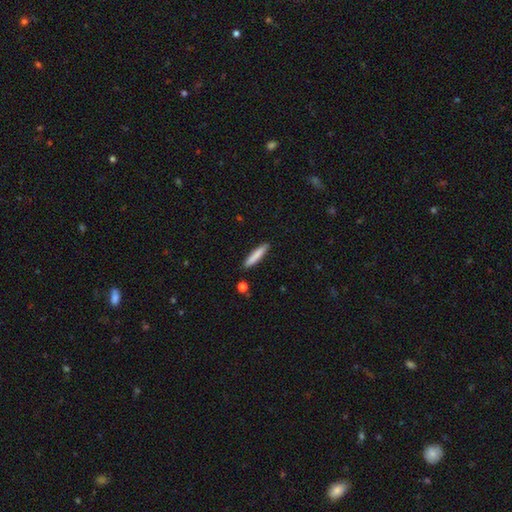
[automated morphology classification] smooth-or-featured: smooth: 82% | featured or disk: 13% | star or artifact: 6%
  how-rounded: cigar-shaped: 91% | in between: 8% | round: 1%
  merging: none: 90% | minor disturbance: 7% | merger: 2% | major disturbance: 2%